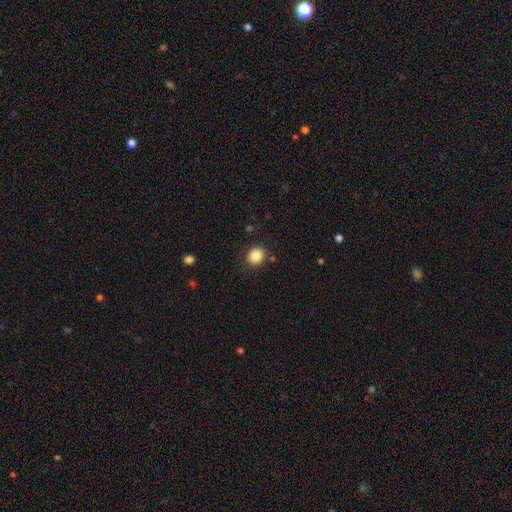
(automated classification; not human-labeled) smooth_or_featured: smooth (p=0.85) [alt: star or artifact p=0.10]
how_rounded: round (p=0.75) [alt: in between p=0.24]
merging: none (p=0.88) [alt: minor disturbance p=0.08]